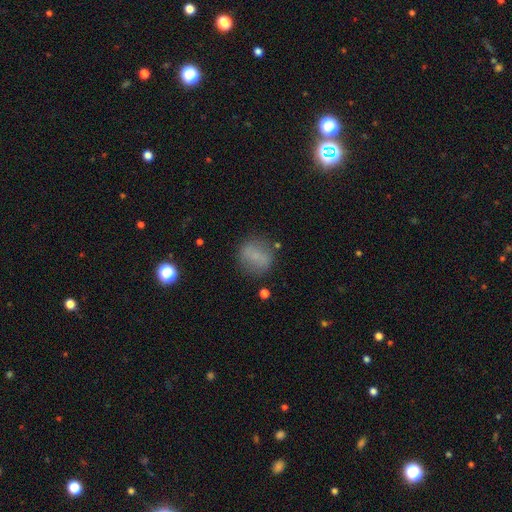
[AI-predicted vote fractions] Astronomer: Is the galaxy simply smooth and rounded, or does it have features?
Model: smooth — 69%.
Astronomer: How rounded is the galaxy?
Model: round — 73%.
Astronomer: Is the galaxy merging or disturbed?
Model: none — 77%.